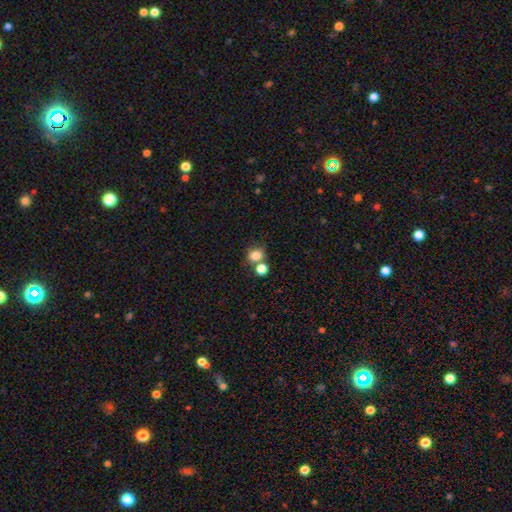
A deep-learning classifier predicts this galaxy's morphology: type=smooth (81%); roundness=round (69%); merging=none (55%).